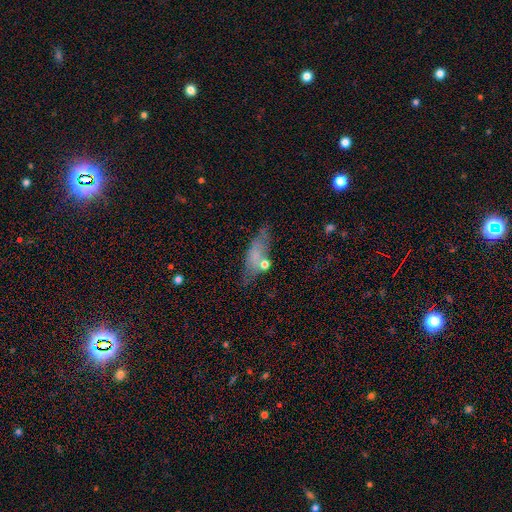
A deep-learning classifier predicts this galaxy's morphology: smooth_or_featured: smooth (p=0.60) [alt: featured or disk p=0.27]
how_rounded: in between (p=0.67) [alt: cigar-shaped p=0.29]
merging: none (p=0.61) [alt: minor disturbance p=0.22]